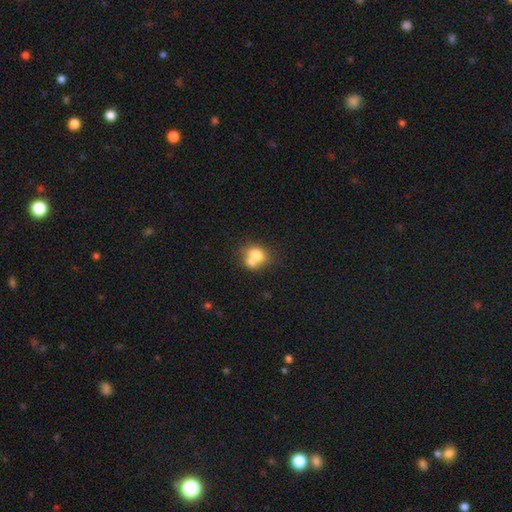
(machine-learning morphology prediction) Smooth or featured? smooth (73%)
How rounded? round (56%)
Merging? merger (53%)